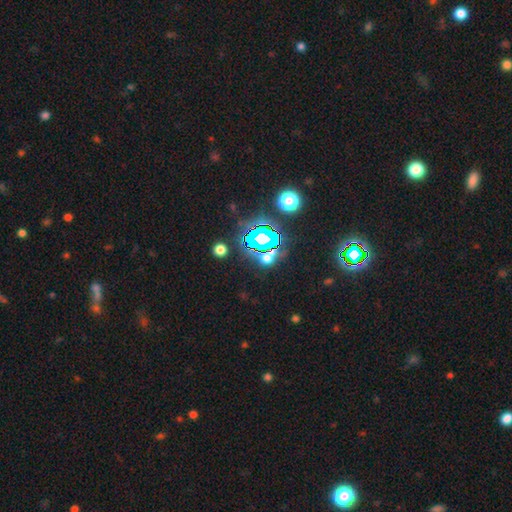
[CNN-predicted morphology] A star or artifact, not a galaxy (81%).